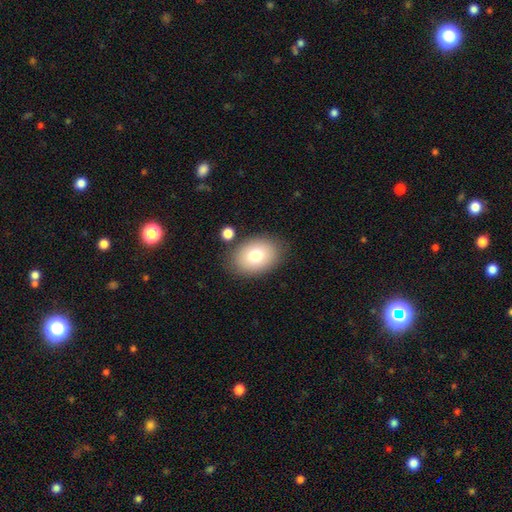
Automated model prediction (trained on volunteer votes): A smooth galaxy with no disk features (77%) that is in between round and cigar-shaped (79%). Merging: none (81%).